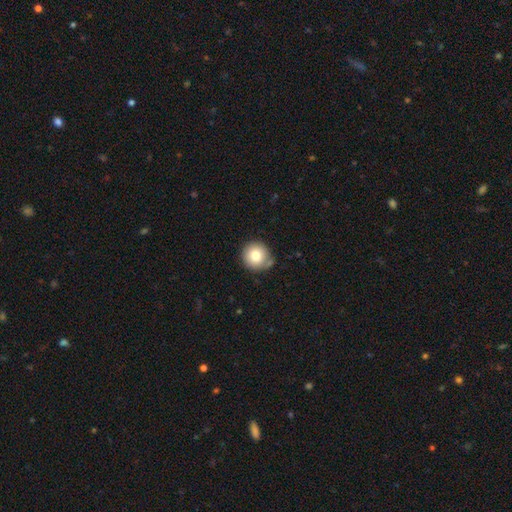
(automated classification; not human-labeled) smooth_or_featured: smooth (p=0.79) [alt: featured or disk p=0.11]
how_rounded: round (p=0.94) [alt: in between p=0.05]
merging: none (p=0.75) [alt: minor disturbance p=0.15]